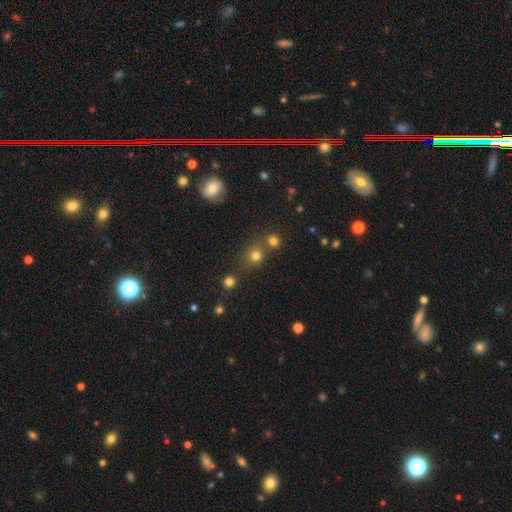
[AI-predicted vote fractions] smooth_or_featured: smooth (p=0.74) [alt: star or artifact p=0.18]
how_rounded: round (p=0.85) [alt: in between p=0.14]
merging: none (p=0.65) [alt: merger p=0.23]